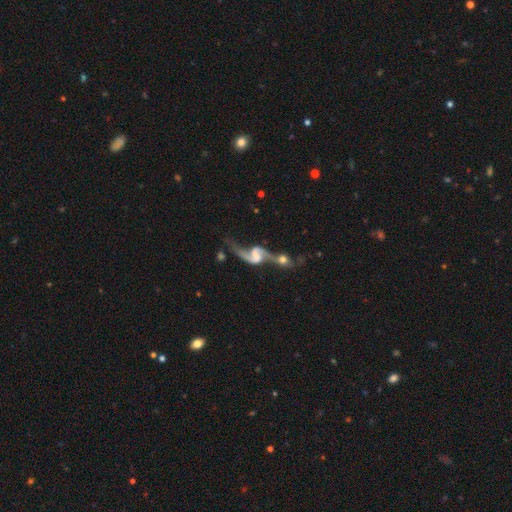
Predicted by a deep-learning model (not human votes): Smooth or featured: featured or disk — 87% (smooth — 7%)
Edge-on disk: no — 95% (yes — 5%)
Bar: weak — 45% (no — 28%)
Spiral arms: yes — 94% (no — 6%)
Spiral winding: loose — 83% (medium — 13%)
Spiral arm count: 2 — 91% (1 — 5%)
Bulge size: none — 44% (small — 26%)
Merging: merger — 52% (none — 26%)